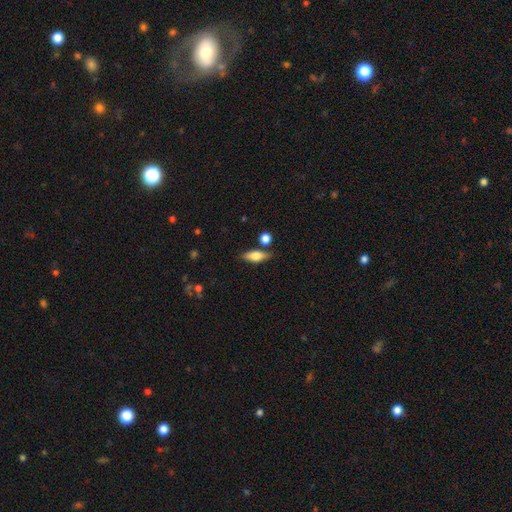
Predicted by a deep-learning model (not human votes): This appears to be a smooth galaxy with no disk features (66%) that is in between round and cigar-shaped (68%). Merging: none (77%).